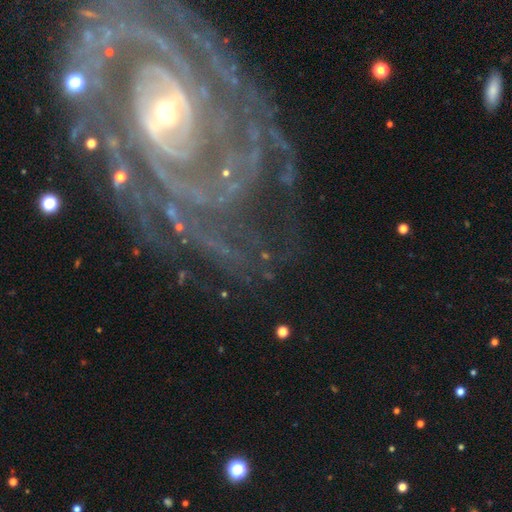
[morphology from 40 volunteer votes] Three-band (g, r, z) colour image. It shows a featured or disk galaxy (85%) with a strong bar (40%), 3 (37%) tight (67%) spiral arms (100%) and a small central bulge (50%). Merging: none (57%).